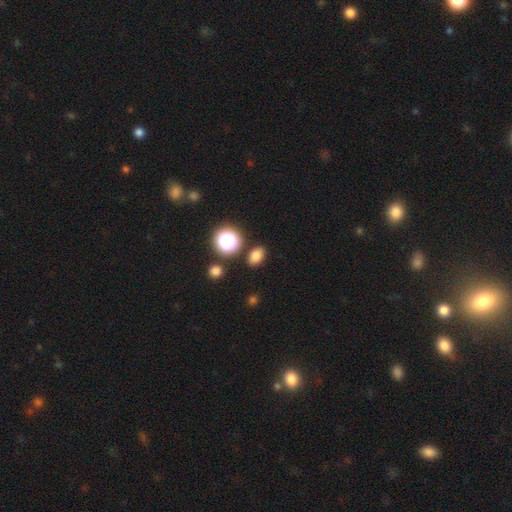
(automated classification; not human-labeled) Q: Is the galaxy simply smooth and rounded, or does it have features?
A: smooth — 78%.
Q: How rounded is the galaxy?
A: in between — 74%.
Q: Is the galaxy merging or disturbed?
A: none — 84%.